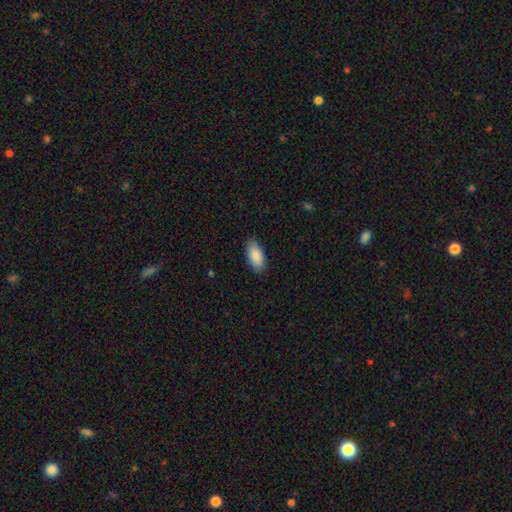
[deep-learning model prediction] smooth 89%, star or artifact 6%, featured or disk 5%. Down the decision tree: how rounded — in between (93%); merging — none (88%).